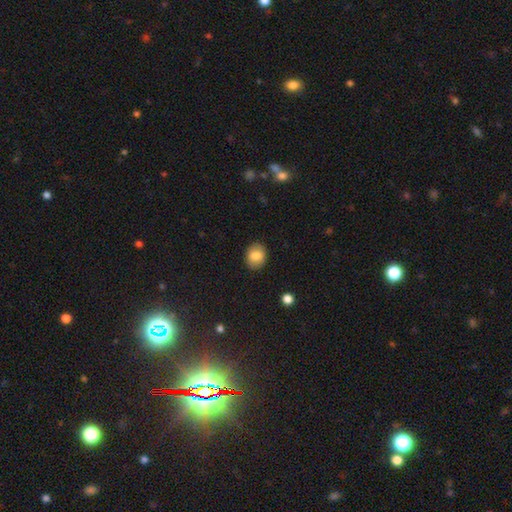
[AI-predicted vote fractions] This appears to be a smooth galaxy with no disk features (83%) that is round (53%). Merging: none (88%).